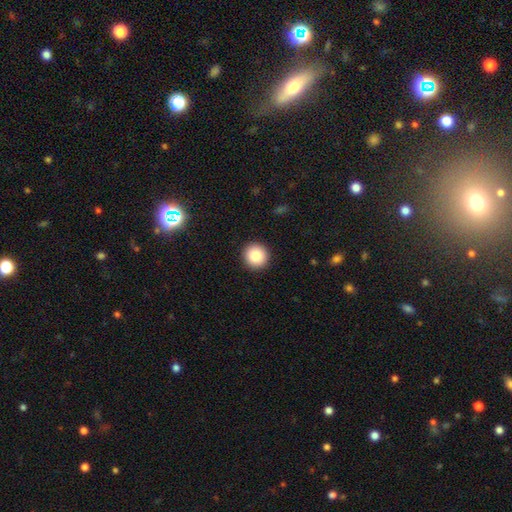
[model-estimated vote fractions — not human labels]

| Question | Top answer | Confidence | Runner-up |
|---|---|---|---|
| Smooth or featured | smooth | 84% | star or artifact (9%) |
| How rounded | round | 95% | in between (4%) |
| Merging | none | 93% | minor disturbance (5%) |